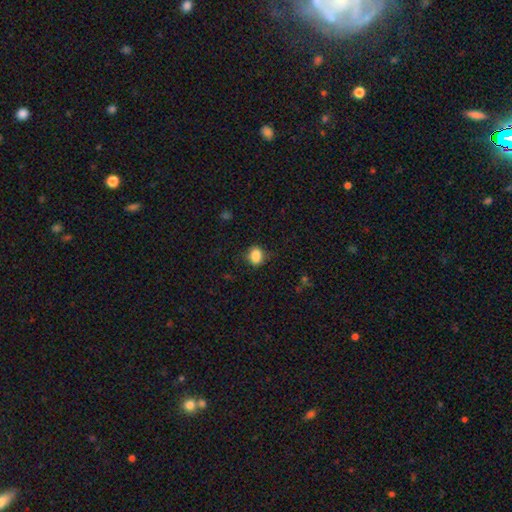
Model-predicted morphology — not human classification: Q: Smooth or featured?
A: smooth (86%); runner-up: star or artifact (9%)
Q: How rounded?
A: in between (56%); runner-up: round (43%)
Q: Merging?
A: none (80%); runner-up: minor disturbance (15%)